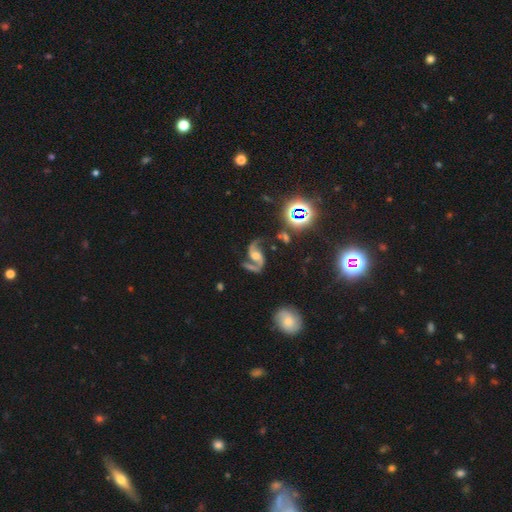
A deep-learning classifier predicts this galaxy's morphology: type=featured or disk (88%); edge-on=no (98%); bar=no (52%); spiral arms=yes (97%); winding=loose (61%); arm count=2 (93%); bulge=moderate (55%); merging=none (68%).